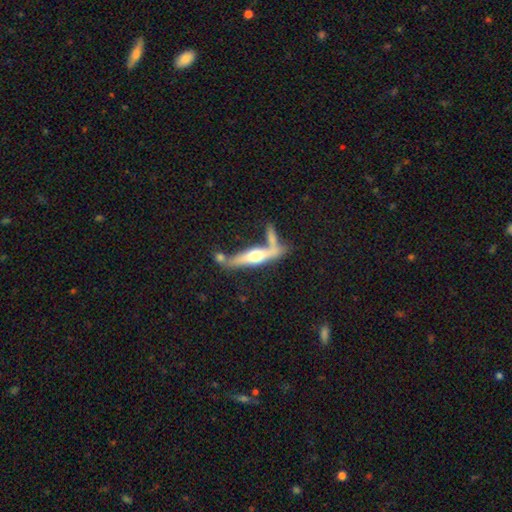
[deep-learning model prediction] Q: Smooth or featured?
A: featured or disk (61%); runner-up: smooth (34%)
Q: Edge-on disk?
A: yes (91%); runner-up: no (9%)
Q: Edge-on bulge?
A: rounded (92%); runner-up: boxy (5%)
Q: Merging?
A: none (52%); runner-up: merger (27%)